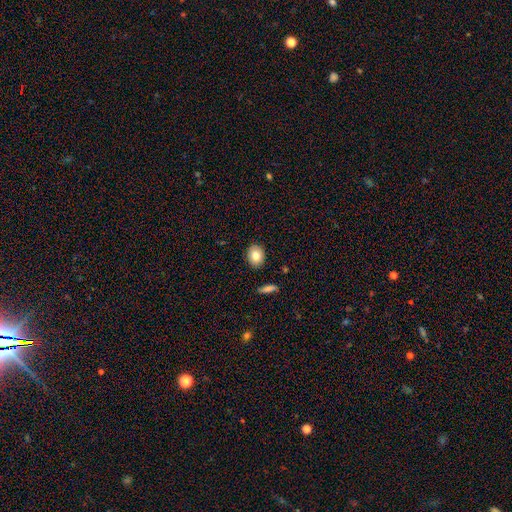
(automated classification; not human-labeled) This appears to be a smooth galaxy with no disk features (79%) that is in between round and cigar-shaped (52%). Merging: none (89%).